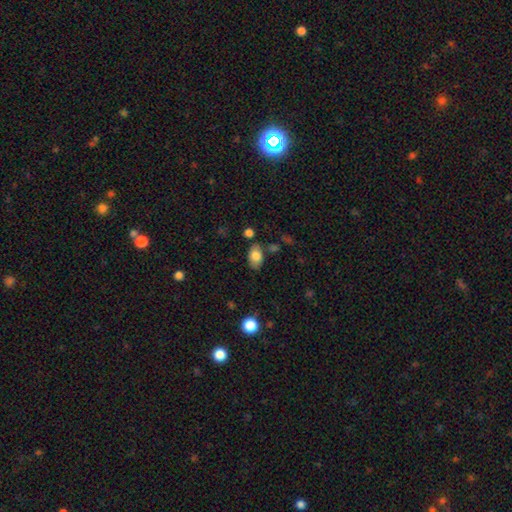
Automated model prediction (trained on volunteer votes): Smooth or featured? smooth (81%)
How rounded? in between (89%)
Merging? none (74%)